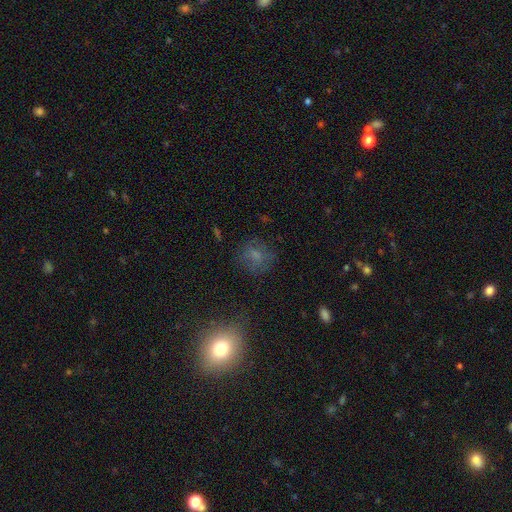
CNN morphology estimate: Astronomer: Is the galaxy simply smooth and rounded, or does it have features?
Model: smooth — 63%.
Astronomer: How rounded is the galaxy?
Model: round — 77%.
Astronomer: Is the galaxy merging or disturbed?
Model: none — 71%.